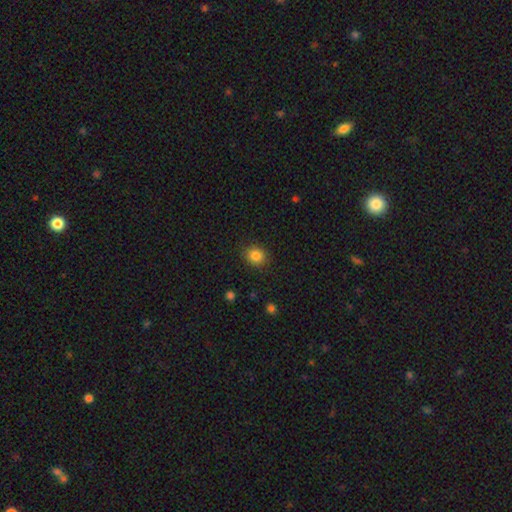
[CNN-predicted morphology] The model was most divided on "how rounded": round: 77%, in between: 22%, cigar-shaped: 1%. More confident: merging — none (89%); smooth or featured — smooth (84%).